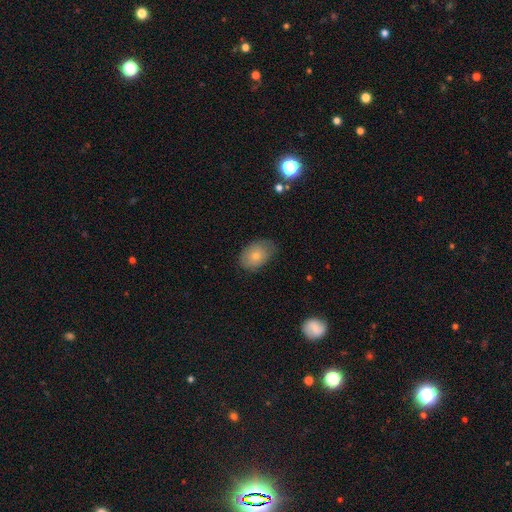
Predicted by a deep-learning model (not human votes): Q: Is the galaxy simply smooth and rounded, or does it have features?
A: smooth — 77%.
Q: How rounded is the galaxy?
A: in between — 82%.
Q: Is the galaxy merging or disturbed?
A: none — 70%.